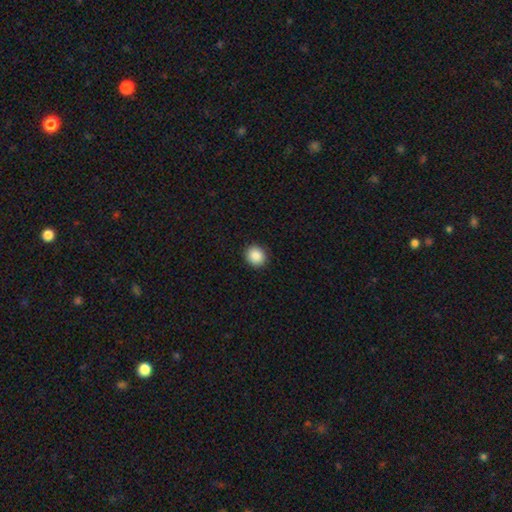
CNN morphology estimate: Smooth or featured? smooth (88%)
How rounded? round (81%)
Merging? none (92%)